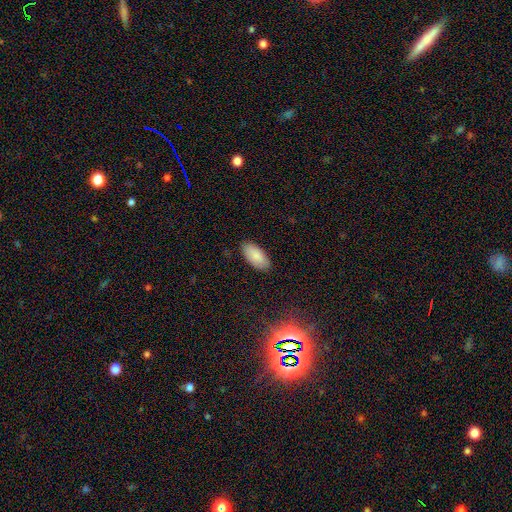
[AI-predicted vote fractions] This appears to be a smooth galaxy with no disk features (87%) that is in between round and cigar-shaped (94%). Merging: none (88%).